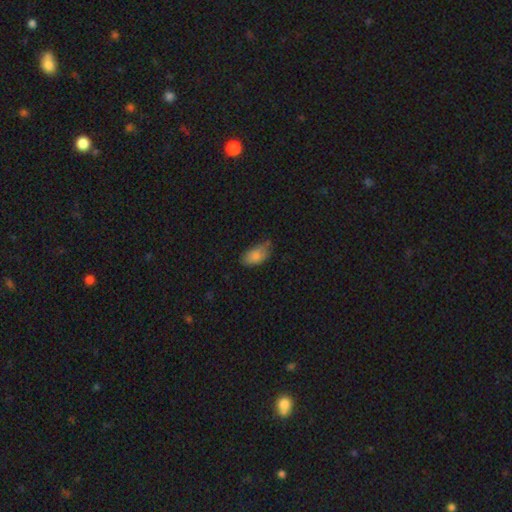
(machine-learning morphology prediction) The model was most divided on "merging": none: 58%, minor disturbance: 33%, major disturbance: 6%, merger: 3%. More confident: how rounded — in between (92%); smooth or featured — smooth (82%).